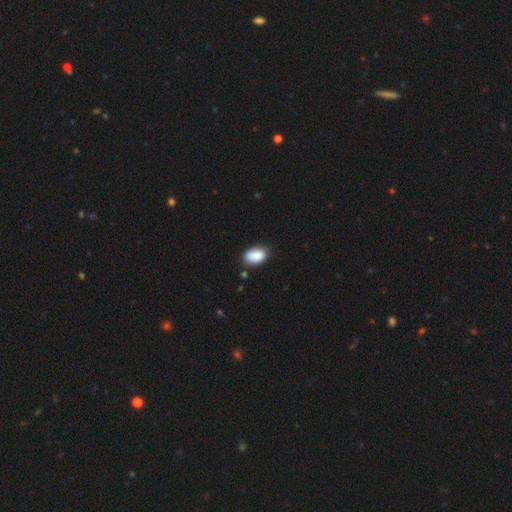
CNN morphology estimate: Smooth or featured? smooth (88%)
How rounded? in between (90%)
Merging? none (75%)